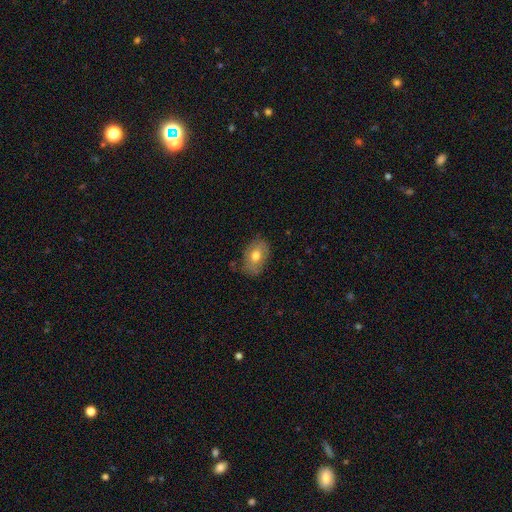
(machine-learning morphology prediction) smooth-or-featured: smooth: 69% | featured or disk: 24% | star or artifact: 8%
  how-rounded: in between: 82% | round: 16% | cigar-shaped: 1%
  merging: none: 76% | minor disturbance: 18% | major disturbance: 4% | merger: 1%